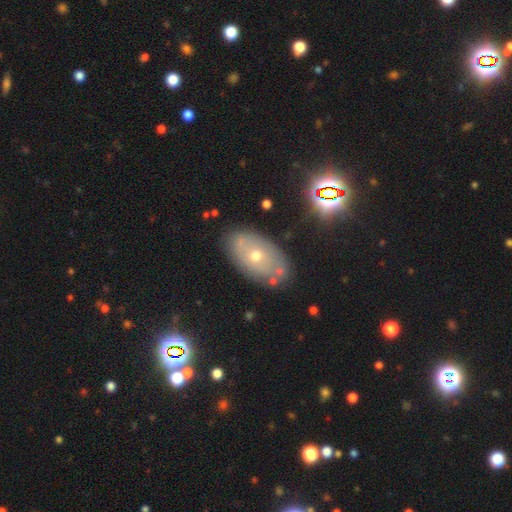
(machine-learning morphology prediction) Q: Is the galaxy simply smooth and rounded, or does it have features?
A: smooth — 45%.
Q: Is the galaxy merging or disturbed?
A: none — 76%.